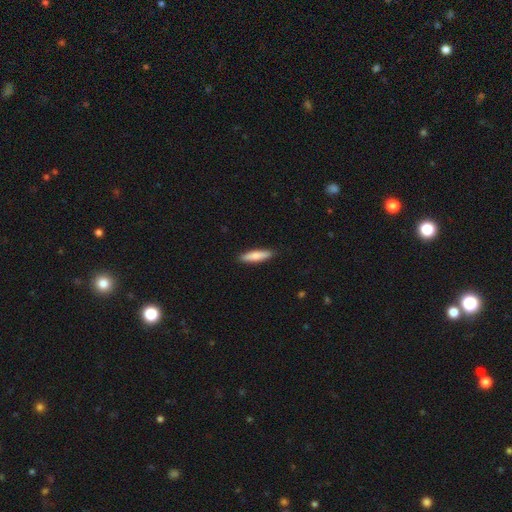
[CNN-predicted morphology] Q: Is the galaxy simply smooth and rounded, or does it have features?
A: smooth — 75%.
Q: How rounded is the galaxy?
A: cigar-shaped — 77%.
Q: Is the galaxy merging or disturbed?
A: none — 90%.